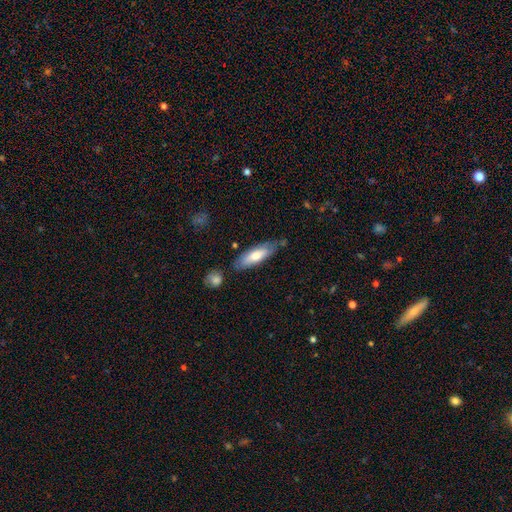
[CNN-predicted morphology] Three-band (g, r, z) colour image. It shows a smooth galaxy with no disk features (67%) that is cigar-shaped (50%). Merging: none (73%).